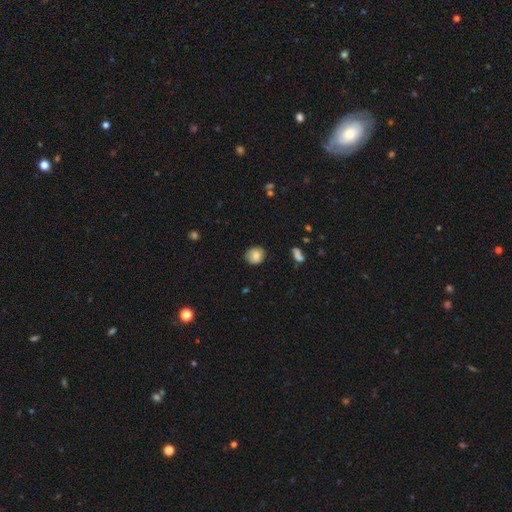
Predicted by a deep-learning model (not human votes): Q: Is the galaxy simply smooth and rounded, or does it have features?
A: smooth — 79%.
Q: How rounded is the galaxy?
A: round — 77%.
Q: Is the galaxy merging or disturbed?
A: none — 81%.